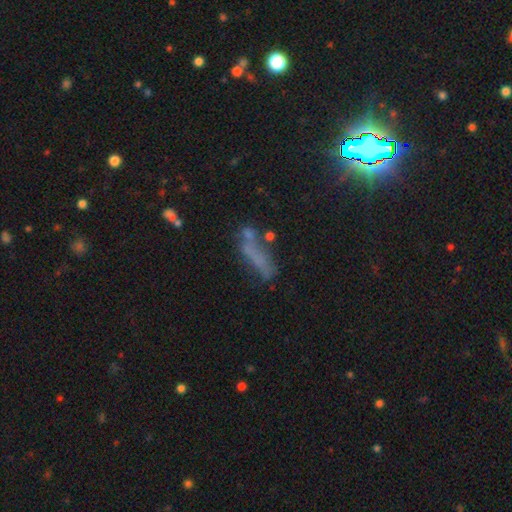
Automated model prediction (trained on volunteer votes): smooth_or_featured: smooth (p=0.46) [alt: featured or disk p=0.31]
merging: none (p=0.44) [alt: minor disturbance p=0.21]